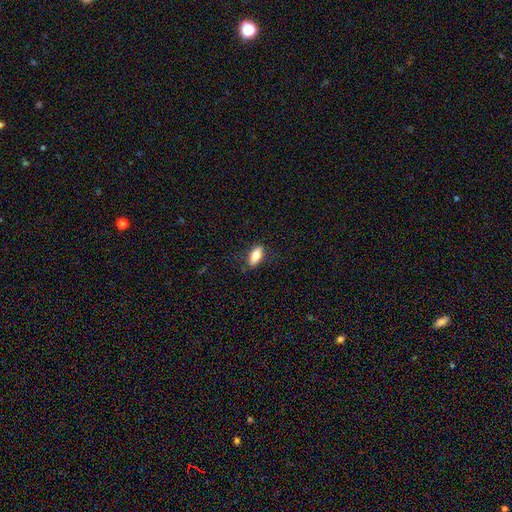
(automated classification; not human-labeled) Smooth or featured?
  - smooth: 75% *
  - featured or disk: 18%
  - star or artifact: 7%
How rounded?
  - in between: 79% *
  - cigar-shaped: 17%
  - round: 3%
Merging?
  - none: 80% *
  - minor disturbance: 15%
  - major disturbance: 4%
  - merger: 1%